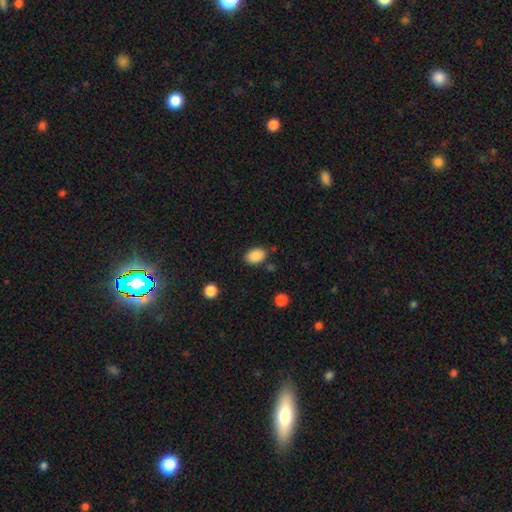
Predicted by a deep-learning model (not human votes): Q: Smooth or featured?
A: smooth (88%); runner-up: star or artifact (8%)
Q: How rounded?
A: in between (82%); runner-up: round (17%)
Q: Merging?
A: none (82%); runner-up: minor disturbance (12%)